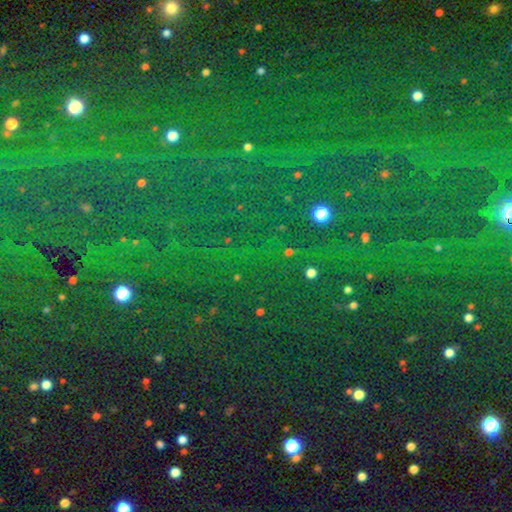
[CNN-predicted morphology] Smooth or featured? Predicted: star or artifact (p=0.83).